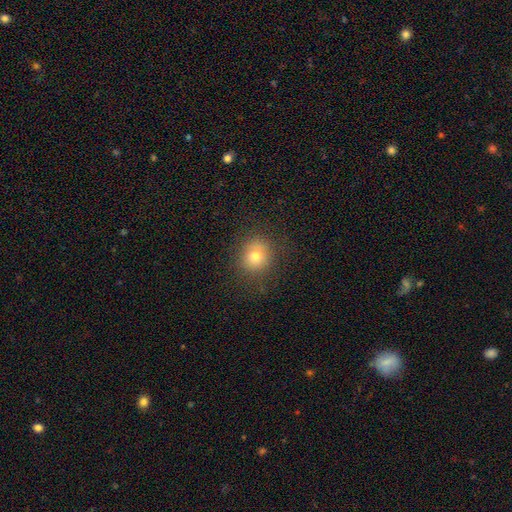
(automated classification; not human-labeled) smooth-or-featured: smooth: 77% | star or artifact: 14% | featured or disk: 10%
  how-rounded: round: 86% | in between: 13% | cigar-shaped: 1%
  merging: none: 85% | minor disturbance: 10% | major disturbance: 4% | merger: 1%